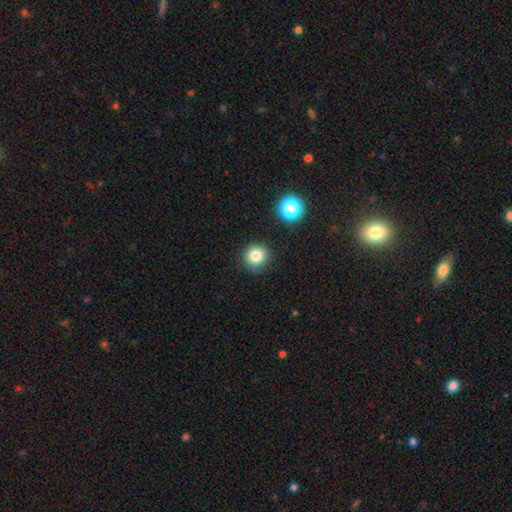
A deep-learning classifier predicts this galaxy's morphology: type=smooth (82%); roundness=round (92%); merging=none (85%).